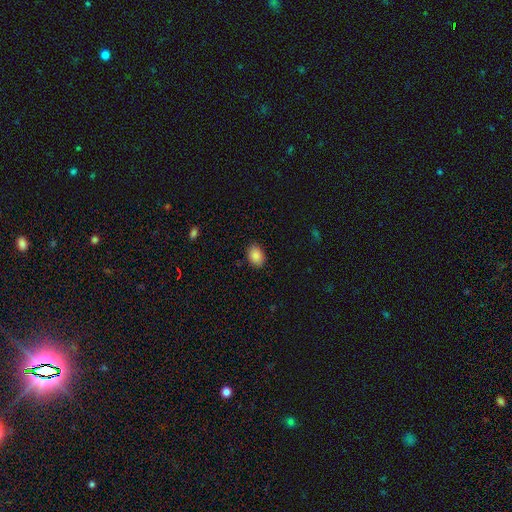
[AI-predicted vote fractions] Q: Smooth or featured?
A: smooth (88%); runner-up: star or artifact (8%)
Q: How rounded?
A: in between (78%); runner-up: round (21%)
Q: Merging?
A: none (88%); runner-up: minor disturbance (9%)